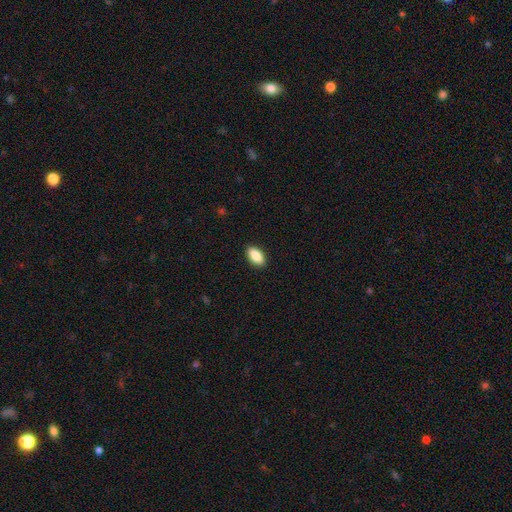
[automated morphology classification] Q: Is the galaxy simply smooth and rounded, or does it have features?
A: smooth — 87%.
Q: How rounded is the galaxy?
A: in between — 93%.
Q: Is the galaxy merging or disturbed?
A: none — 90%.